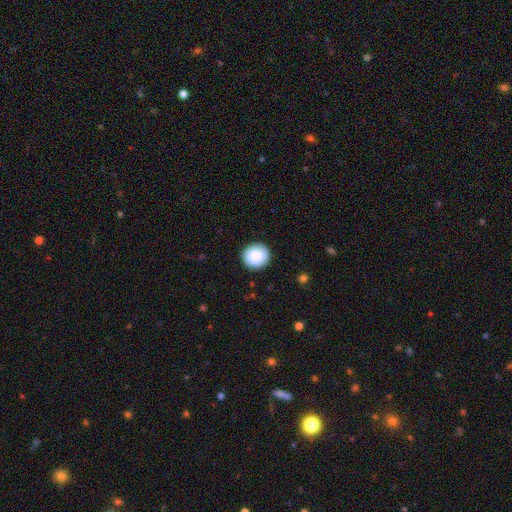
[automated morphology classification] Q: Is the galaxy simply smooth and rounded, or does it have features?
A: smooth — 86%.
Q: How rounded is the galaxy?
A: round — 91%.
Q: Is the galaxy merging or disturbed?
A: none — 90%.